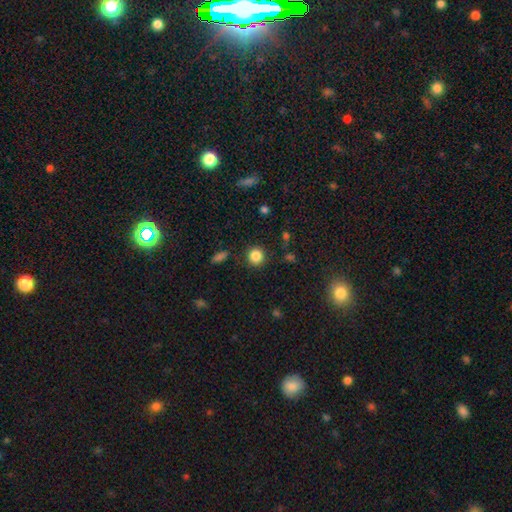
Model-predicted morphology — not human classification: Smooth or featured?
  - smooth: 84% *
  - star or artifact: 11%
  - featured or disk: 4%
How rounded?
  - round: 91% *
  - in between: 8%
  - cigar-shaped: 1%
Merging?
  - none: 88% *
  - minor disturbance: 7%
  - major disturbance: 3%
  - merger: 2%